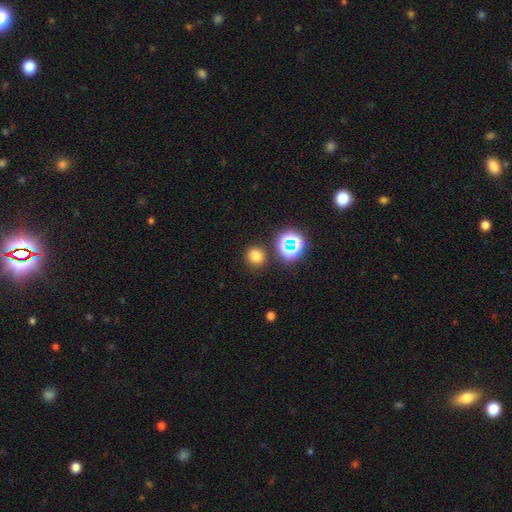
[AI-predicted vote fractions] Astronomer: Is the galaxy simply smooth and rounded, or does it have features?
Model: smooth — 72%.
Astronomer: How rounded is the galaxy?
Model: round — 86%.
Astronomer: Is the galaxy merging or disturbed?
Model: none — 87%.